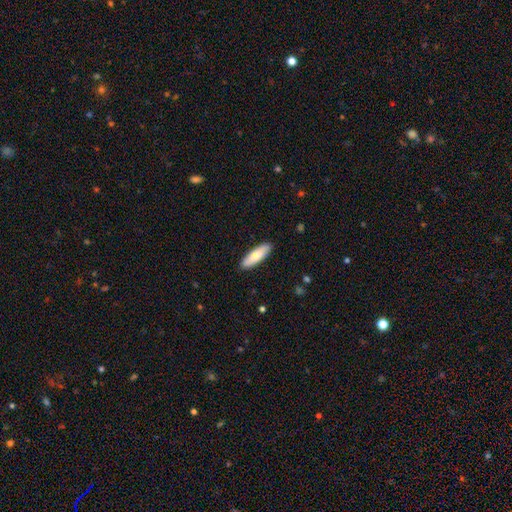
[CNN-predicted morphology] Smooth or featured? smooth (69%)
How rounded? in between (50%)
Merging? none (89%)